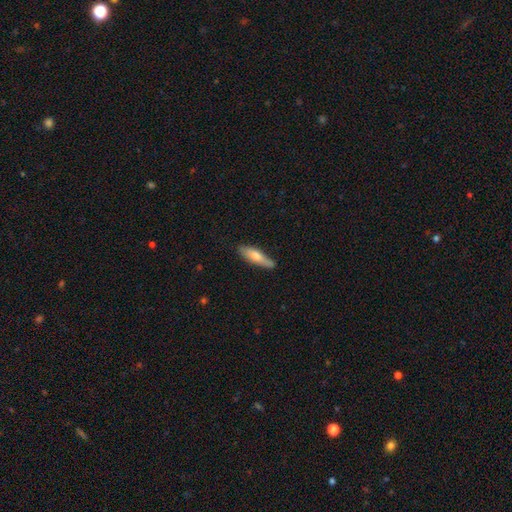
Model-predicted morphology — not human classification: smooth-or-featured: smooth: 64% | featured or disk: 30% | star or artifact: 6%
  how-rounded: cigar-shaped: 66% | in between: 32% | round: 2%
  merging: none: 75% | minor disturbance: 20% | major disturbance: 3% | merger: 2%